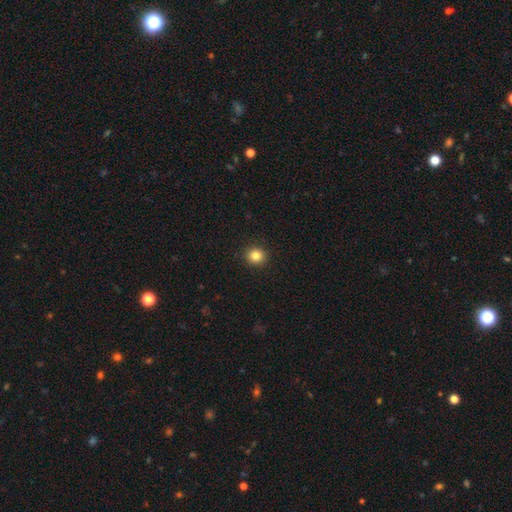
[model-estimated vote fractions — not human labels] The model was most divided on "how rounded": round: 85%, in between: 14%, cigar-shaped: 1%. More confident: merging — none (93%); smooth or featured — smooth (84%).